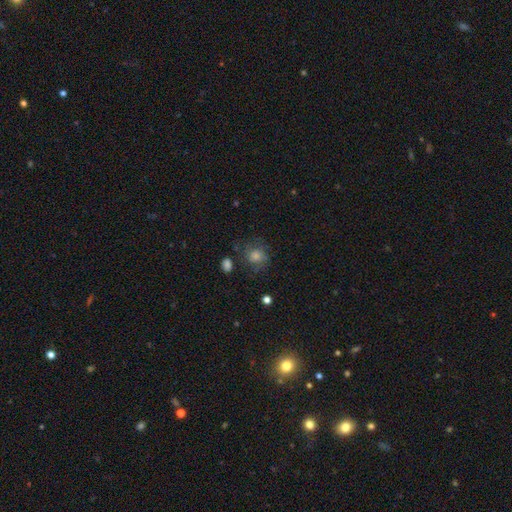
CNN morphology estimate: This appears to be a smooth galaxy with no disk features (51%) that is round (77%). Merging: none (66%).